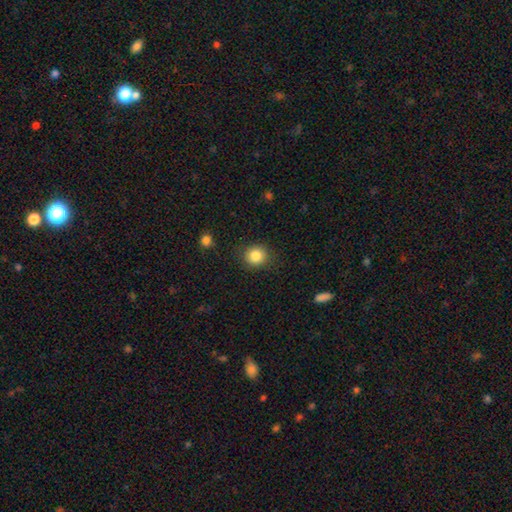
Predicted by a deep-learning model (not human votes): smooth_or_featured: smooth (p=0.85) [alt: star or artifact p=0.10]
how_rounded: round (p=0.87) [alt: in between p=0.12]
merging: none (p=0.87) [alt: minor disturbance p=0.09]